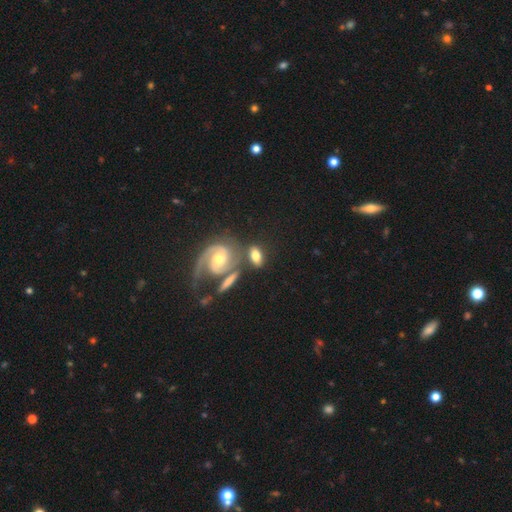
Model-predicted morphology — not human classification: A smooth galaxy with no disk features (51%) that is in between round and cigar-shaped (81%). Merging: none (53%).